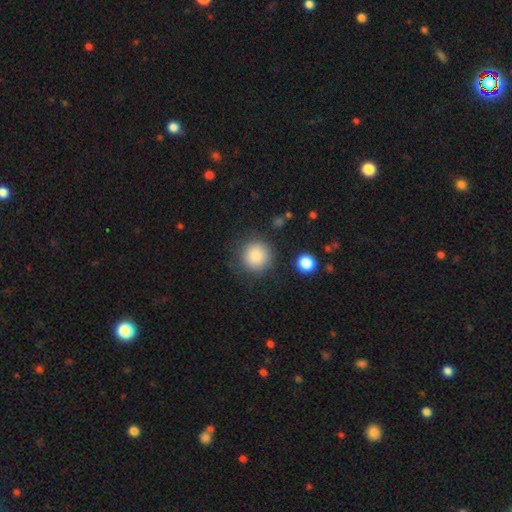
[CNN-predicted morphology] Smooth or featured?
  - smooth: 87% *
  - star or artifact: 9%
  - featured or disk: 4%
How rounded?
  - round: 94% *
  - in between: 5%
  - cigar-shaped: 1%
Merging?
  - none: 84% *
  - minor disturbance: 9%
  - major disturbance: 4%
  - merger: 2%